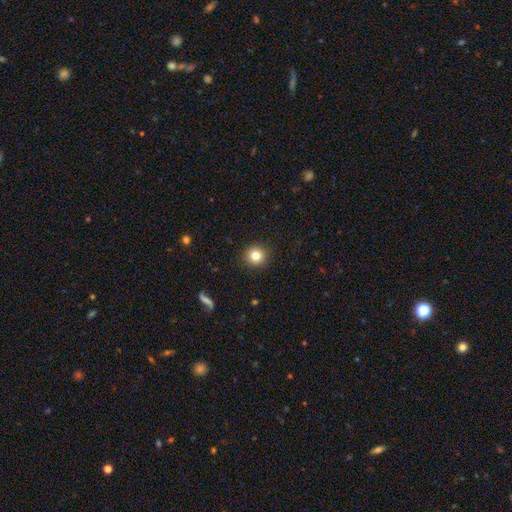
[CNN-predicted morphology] The model was most divided on "smooth or featured": smooth: 83%, star or artifact: 11%, featured or disk: 6%. More confident: how rounded — round (94%); merging — none (92%).